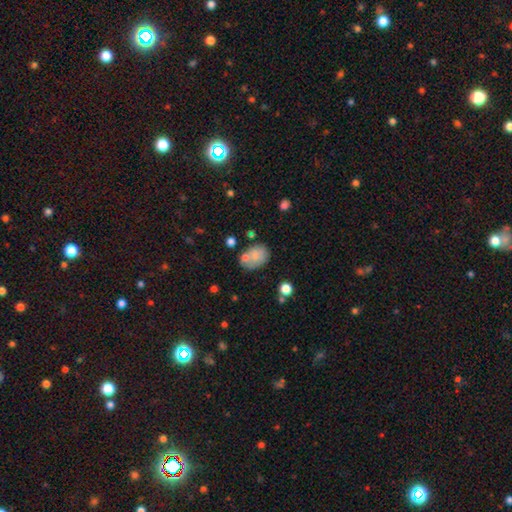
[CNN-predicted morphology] Overall: smooth (72%). How rounded: in between (67%; round 31%). Merging: none (52%; minor disturbance 21%).